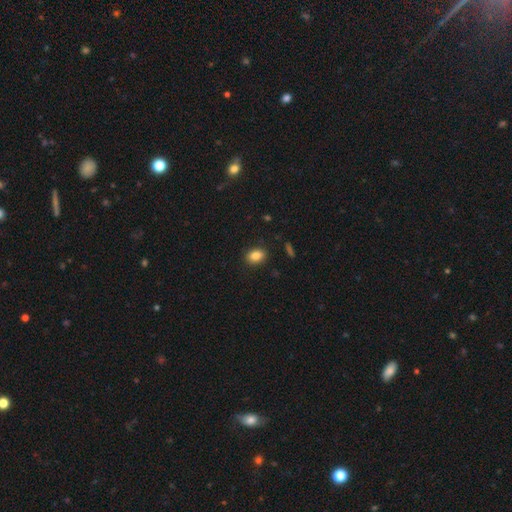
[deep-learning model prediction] Smooth or featured? smooth (85%)
How rounded? in between (76%)
Merging? none (88%)